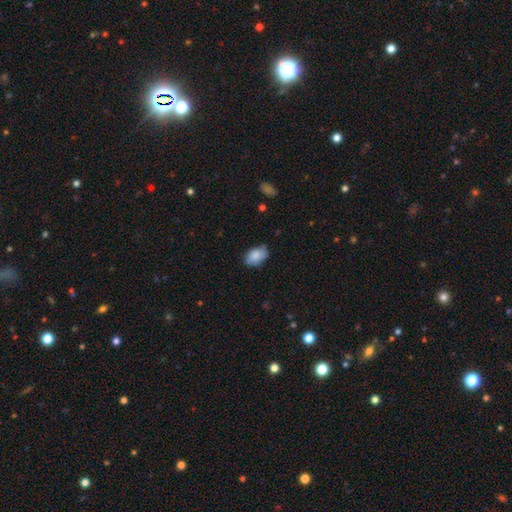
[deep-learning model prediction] A smooth galaxy with no disk features (84%) that is in between round and cigar-shaped (90%). Merging: none (75%).